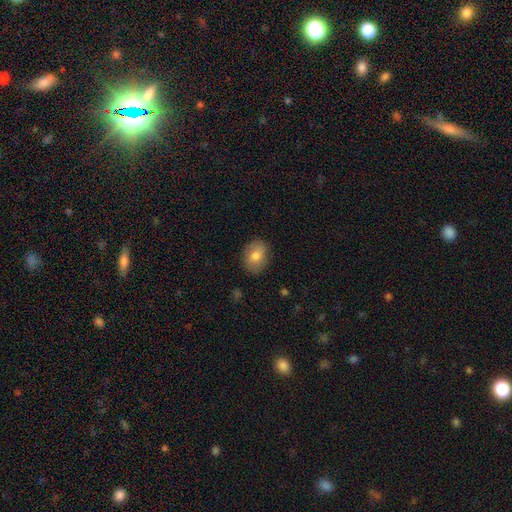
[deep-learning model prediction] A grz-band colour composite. It shows a smooth galaxy with no disk features (79%) that is in between round and cigar-shaped (66%). Merging: none (85%).